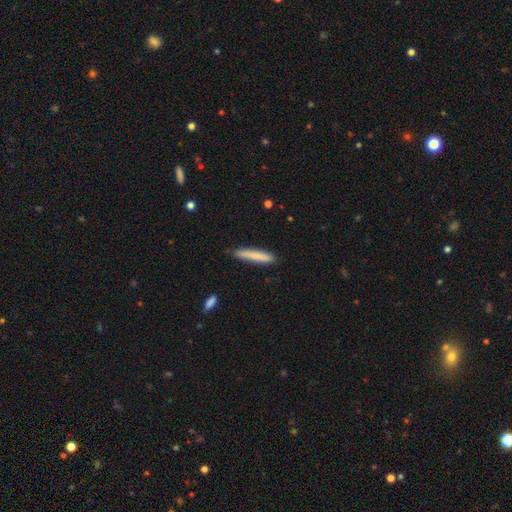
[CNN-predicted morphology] Q: Smooth or featured?
A: smooth (80%); runner-up: featured or disk (14%)
Q: How rounded?
A: cigar-shaped (94%); runner-up: in between (5%)
Q: Merging?
A: none (84%); runner-up: minor disturbance (12%)